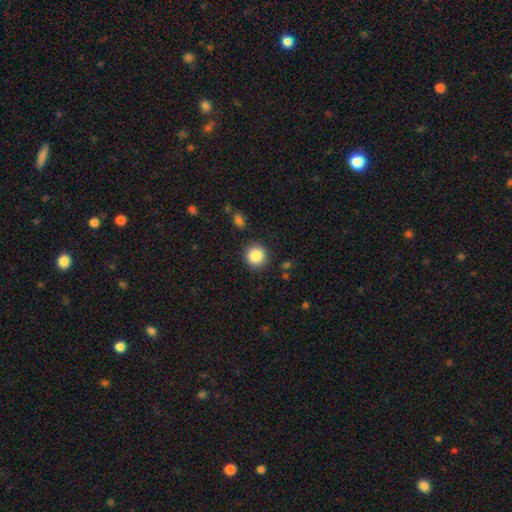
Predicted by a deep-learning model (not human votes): A smooth galaxy with no disk features (88%) that is round (93%).

Vote fractions:
- Smooth or featured? smooth: 88% / star or artifact: 9% / featured or disk: 4%
- How rounded? round: 93% / in between: 6% / cigar-shaped: 1%
- Merging? none: 89% / minor disturbance: 7% / major disturbance: 3% / merger: 2%